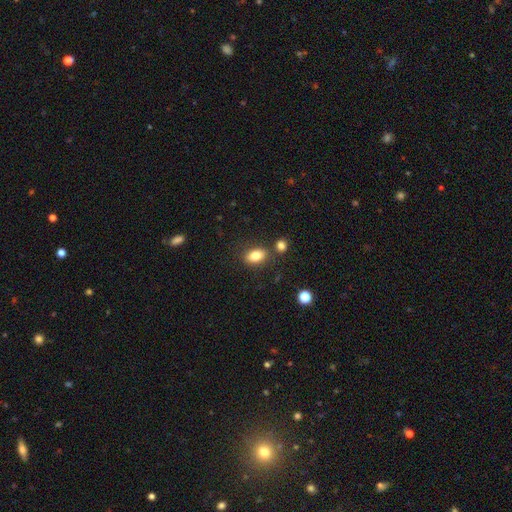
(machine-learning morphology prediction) This is clearly a smooth galaxy (83%). How rounded: clearly in between (85%). Merging: likely none (77%).